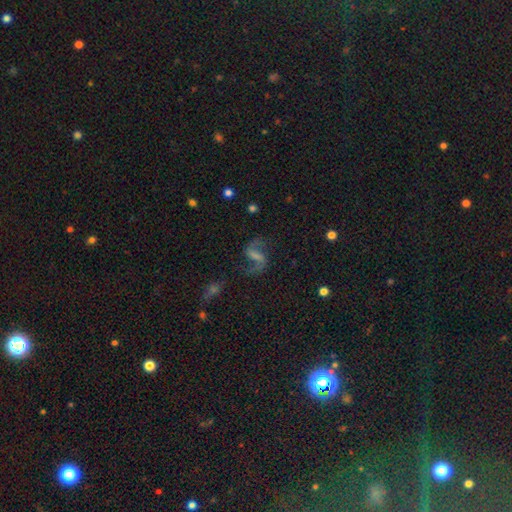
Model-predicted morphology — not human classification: This appears to be a featured or disk galaxy (81%) with a strong bar (44%), 2 (93%) loose (63%) spiral arms (95%) and no central bulge (54%). Merging: none (73%).